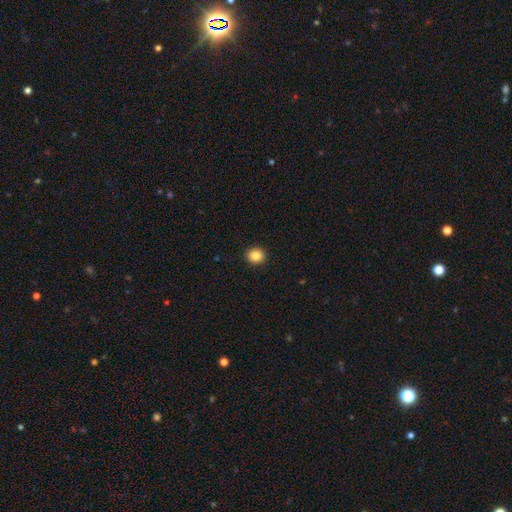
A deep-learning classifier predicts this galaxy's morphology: smooth_or_featured: smooth (p=0.87) [alt: star or artifact p=0.10]
how_rounded: round (p=0.84) [alt: in between p=0.15]
merging: none (p=0.92) [alt: minor disturbance p=0.05]